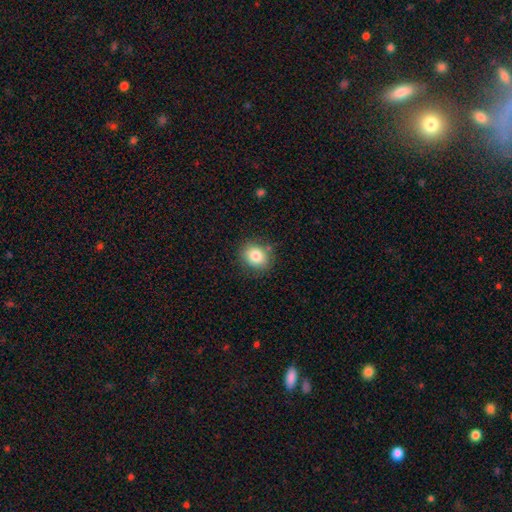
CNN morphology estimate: The model was most divided on "how rounded": round: 68%, in between: 31%, cigar-shaped: 1%. More confident: smooth or featured — smooth (82%); merging — none (82%).